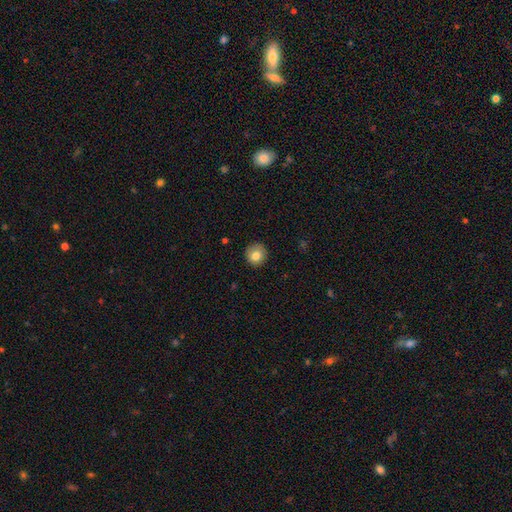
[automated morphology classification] Smooth or featured? Predicted: smooth (p=0.80). How rounded? Predicted: round (p=0.93). Merging? Predicted: none (p=0.90).